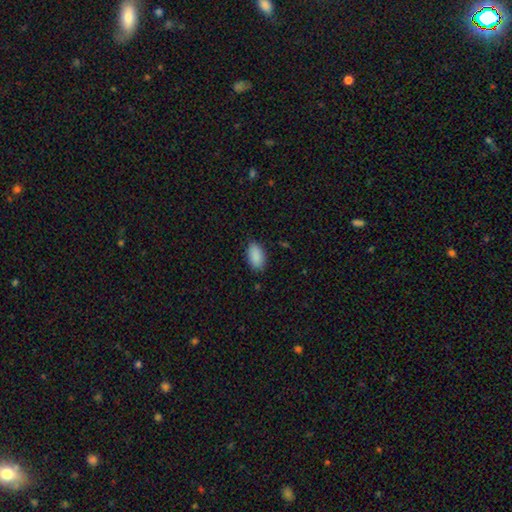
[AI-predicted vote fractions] smooth-or-featured: smooth: 90% | star or artifact: 7% | featured or disk: 3%
  how-rounded: in between: 94% | round: 4% | cigar-shaped: 2%
  merging: none: 84% | minor disturbance: 12% | major disturbance: 3% | merger: 1%